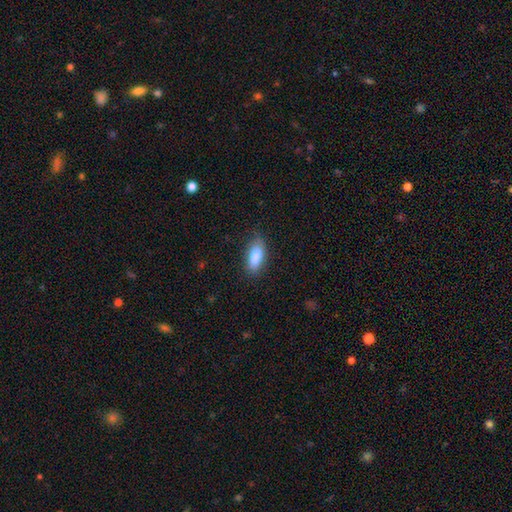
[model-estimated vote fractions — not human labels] Overall: smooth (83%). How rounded: in between (75%). Merging: none (78%).